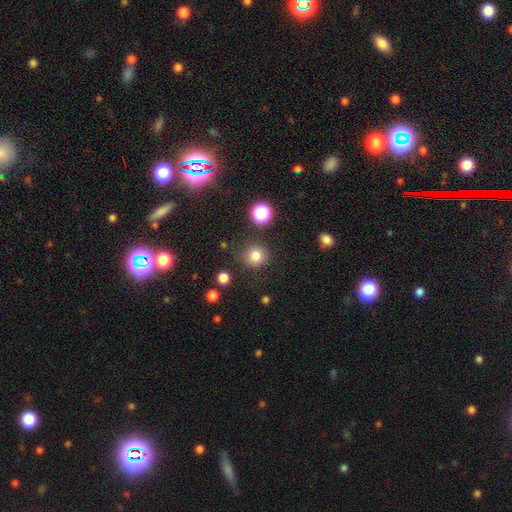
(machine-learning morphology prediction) This appears to be a smooth galaxy with no disk features (81%) that is round (91%). Merging: none (83%).